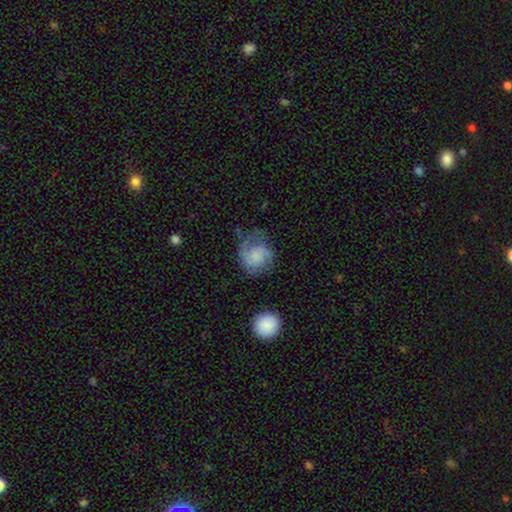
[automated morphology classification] This is possibly a featured or disk galaxy (52%). It is clearly not viewed edge-on (98%). Bar: likely no (73%). Spiral arm pattern: clearly yes (85%). Central bulge: marginally none (44%). Merging: marginally none (44%).